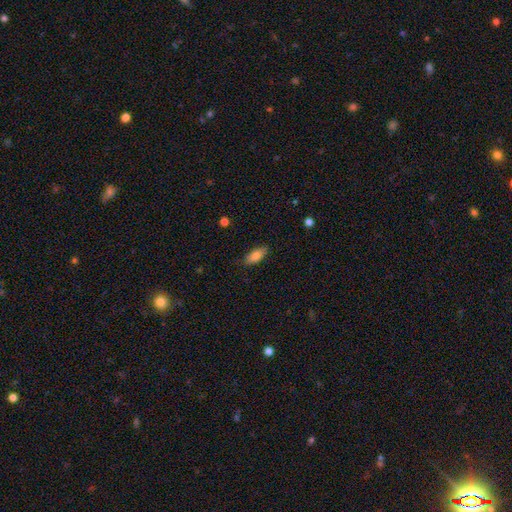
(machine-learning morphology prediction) smooth_or_featured: smooth (p=0.81) [alt: featured or disk p=0.12]
how_rounded: in between (p=0.80) [alt: cigar-shaped p=0.18]
merging: none (p=0.84) [alt: minor disturbance p=0.12]